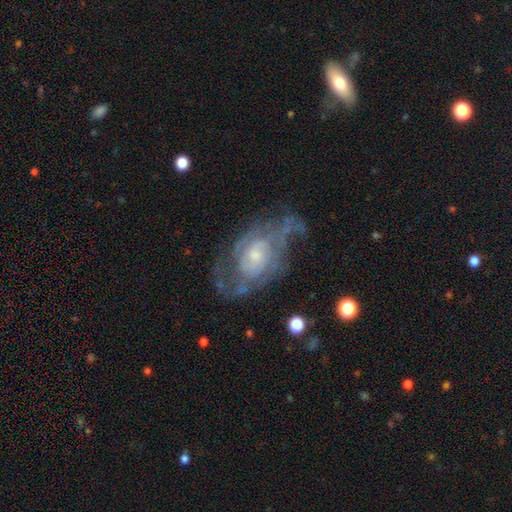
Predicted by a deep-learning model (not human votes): featured or disk 80%, smooth 13%, star or artifact 7%. Down the decision tree: edge-on disk — no (96%); bar — no (69%); spiral arms — yes (82%); spiral arm count — 2 (41%); spiral winding — tight (43%); bulge size — small (51%); merging — none (50%).